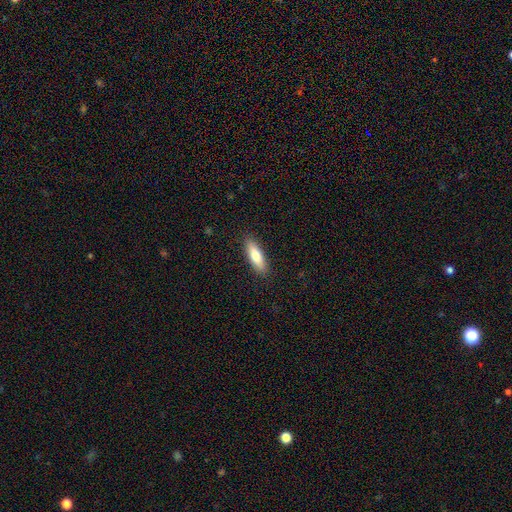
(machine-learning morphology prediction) The model was most divided on "how rounded": cigar-shaped: 52%, in between: 47%, round: 2%. More confident: merging — none (89%); smooth or featured — smooth (75%).